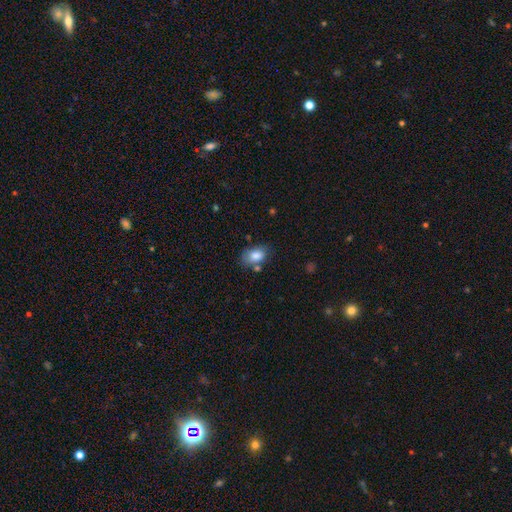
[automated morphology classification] Smooth or featured? smooth (83%)
How rounded? in between (84%)
Merging? none (61%)